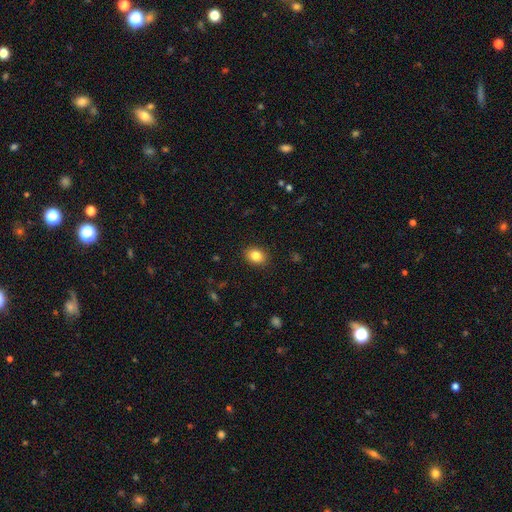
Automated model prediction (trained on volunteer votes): Smooth or featured?
  - smooth: 84% *
  - star or artifact: 9%
  - featured or disk: 7%
How rounded?
  - in between: 60% *
  - round: 39%
  - cigar-shaped: 1%
Merging?
  - none: 90% *
  - minor disturbance: 7%
  - major disturbance: 2%
  - merger: 1%